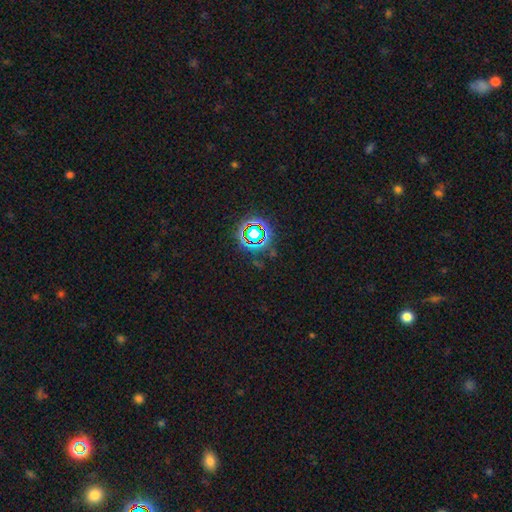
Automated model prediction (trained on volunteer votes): A star or artifact, not a galaxy (76%).

Vote fractions:
- Smooth or featured? star or artifact: 76% / smooth: 14% / featured or disk: 9%